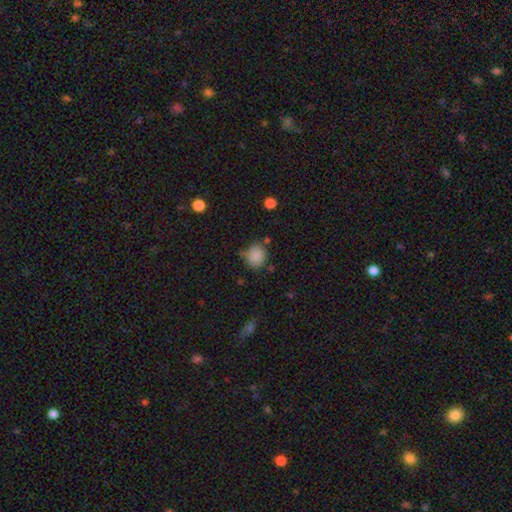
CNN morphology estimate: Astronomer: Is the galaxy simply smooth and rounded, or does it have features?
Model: smooth — 85%.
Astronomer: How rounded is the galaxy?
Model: round — 77%.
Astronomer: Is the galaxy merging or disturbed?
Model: none — 73%.